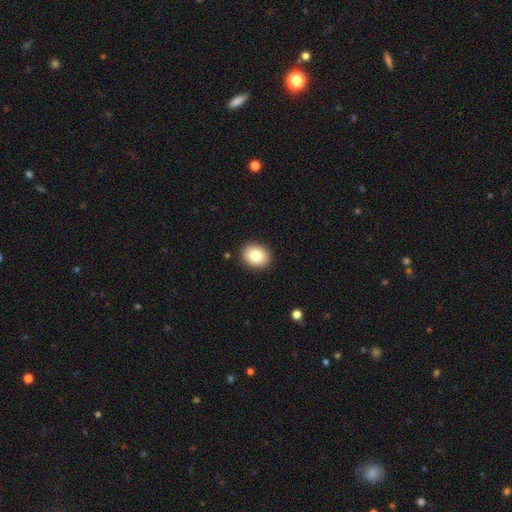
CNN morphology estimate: Smooth or featured? Predicted: smooth (p=0.84). How rounded? Predicted: round (p=0.53). Merging? Predicted: none (p=0.91).